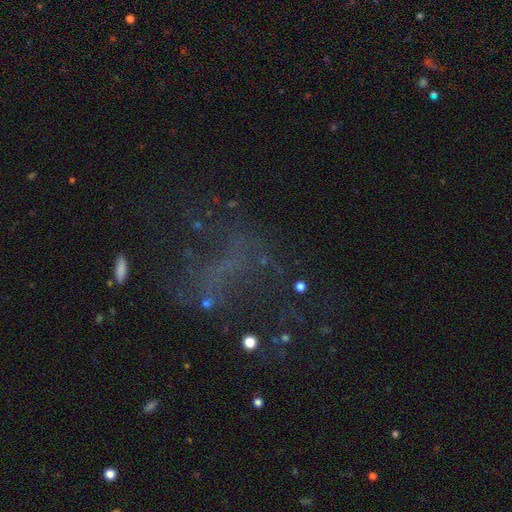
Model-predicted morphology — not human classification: This appears to be a star or artifact, not a galaxy (42%).